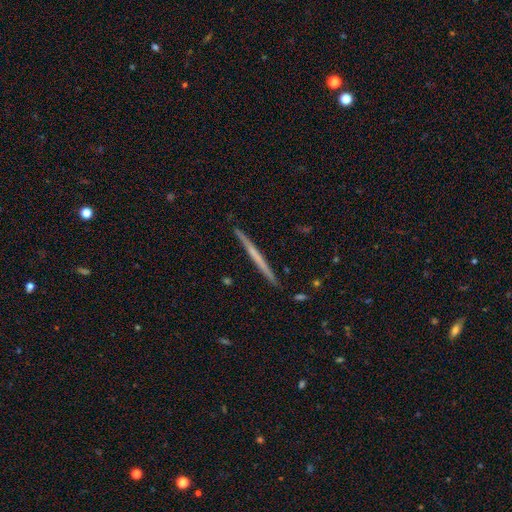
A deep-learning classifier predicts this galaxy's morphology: Q: Smooth or featured?
A: featured or disk (60%); runner-up: smooth (34%)
Q: Edge-on disk?
A: yes (98%); runner-up: no (2%)
Q: Edge-on bulge?
A: none (77%); runner-up: rounded (18%)
Q: Merging?
A: none (92%); runner-up: minor disturbance (6%)